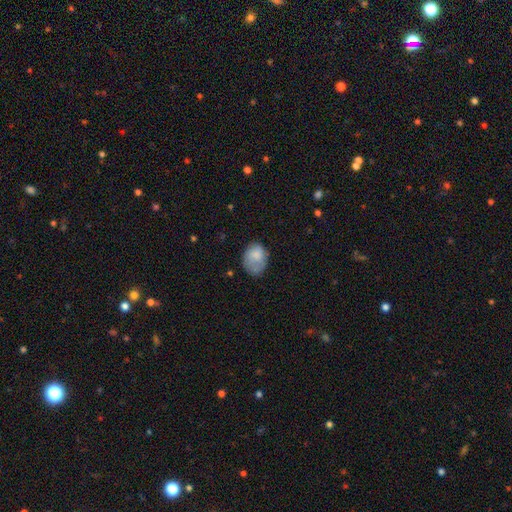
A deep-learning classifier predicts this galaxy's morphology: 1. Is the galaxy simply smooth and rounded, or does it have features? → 75% smooth, 17% featured or disk, 8% star or artifact.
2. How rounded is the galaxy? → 60% in between, 39% round, 1% cigar-shaped.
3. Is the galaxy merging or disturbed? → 51% none, 32% minor disturbance, 14% major disturbance, 3% merger.